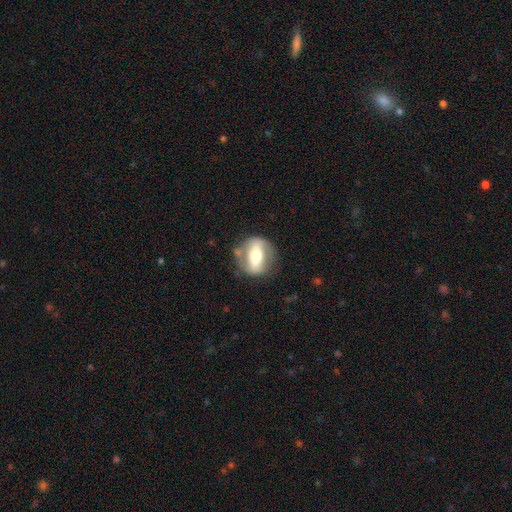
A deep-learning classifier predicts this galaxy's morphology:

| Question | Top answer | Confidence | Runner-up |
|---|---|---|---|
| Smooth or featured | featured or disk | 60% | smooth (34%) |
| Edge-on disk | no | 81% | yes (19%) |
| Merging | none | 73% | minor disturbance (16%) |